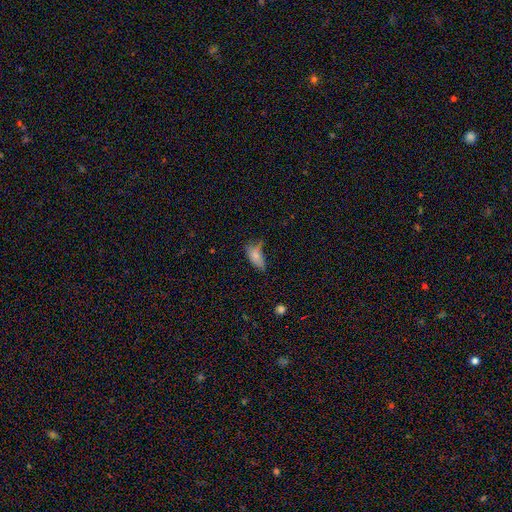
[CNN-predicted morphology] smooth 77%, featured or disk 13%, star or artifact 10%. Down the decision tree: how rounded — in between (89%); merging — none (44%).